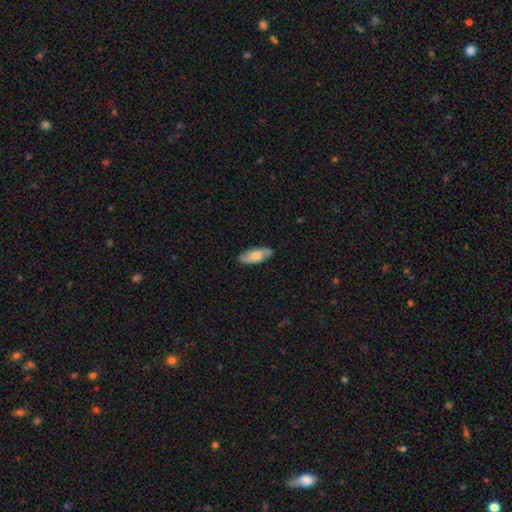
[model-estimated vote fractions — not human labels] Smooth or featured?
  - smooth: 53% *
  - featured or disk: 41%
  - star or artifact: 6%
How rounded?
  - in between: 74% *
  - cigar-shaped: 24%
  - round: 3%
Merging?
  - none: 83% *
  - minor disturbance: 13%
  - major disturbance: 3%
  - merger: 1%